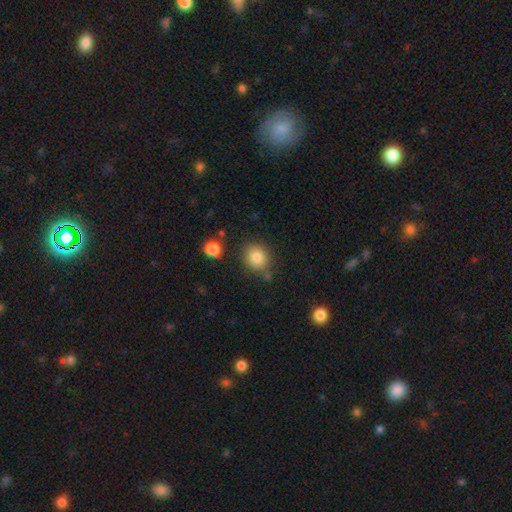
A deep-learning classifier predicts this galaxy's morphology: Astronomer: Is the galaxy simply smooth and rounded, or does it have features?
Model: smooth — 84%.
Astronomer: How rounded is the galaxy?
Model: round — 78%.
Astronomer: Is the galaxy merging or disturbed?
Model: none — 81%.